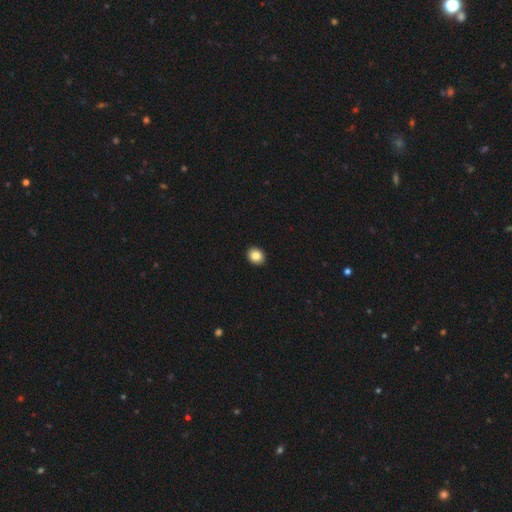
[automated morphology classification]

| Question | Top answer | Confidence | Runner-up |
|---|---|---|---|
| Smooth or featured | smooth | 86% | star or artifact (9%) |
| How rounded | round | 54% | in between (45%) |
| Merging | none | 93% | minor disturbance (5%) |